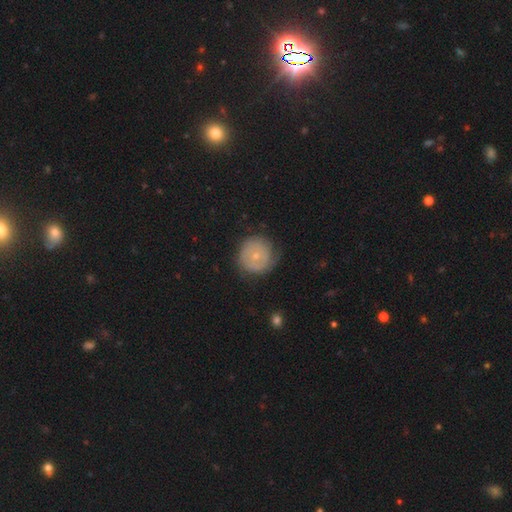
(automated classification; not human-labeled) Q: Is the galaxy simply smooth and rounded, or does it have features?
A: smooth — 47%.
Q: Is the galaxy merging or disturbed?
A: none — 71%.